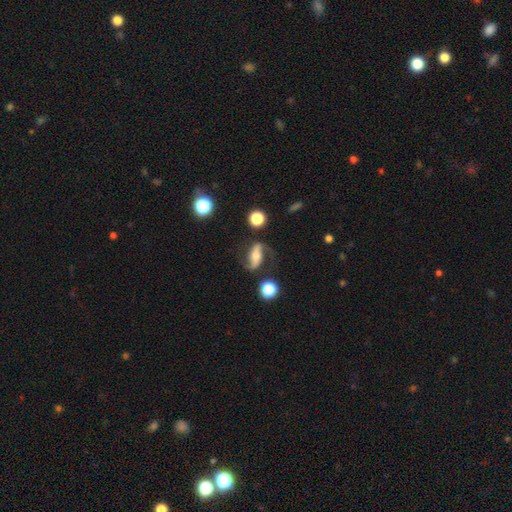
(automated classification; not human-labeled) Smooth or featured: featured or disk — 78% (smooth — 14%)
Edge-on disk: no — 91% (yes — 9%)
Bar: strong — 45% (no — 30%)
Spiral arms: yes — 93% (no — 7%)
Spiral winding: loose — 69% (medium — 23%)
Spiral arm count: 2 — 92% (1 — 3%)
Bulge size: moderate — 51% (small — 33%)
Merging: none — 71% (minor disturbance — 16%)